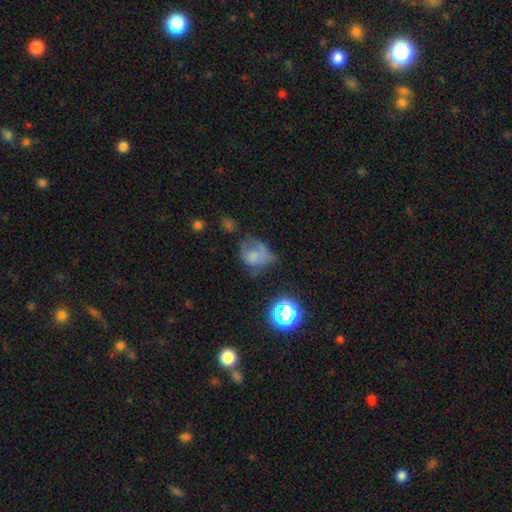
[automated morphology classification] Smooth or featured? smooth (57%)
How rounded? in between (50%)
Merging? major disturbance (37%)